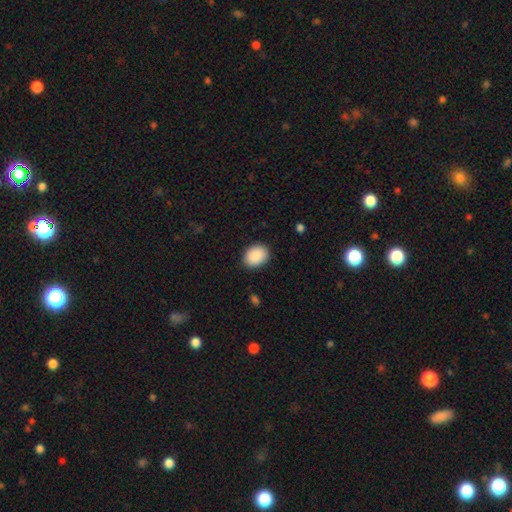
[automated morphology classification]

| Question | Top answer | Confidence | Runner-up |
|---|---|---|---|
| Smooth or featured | smooth | 90% | star or artifact (7%) |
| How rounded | in between | 64% | round (35%) |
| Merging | none | 88% | minor disturbance (9%) |